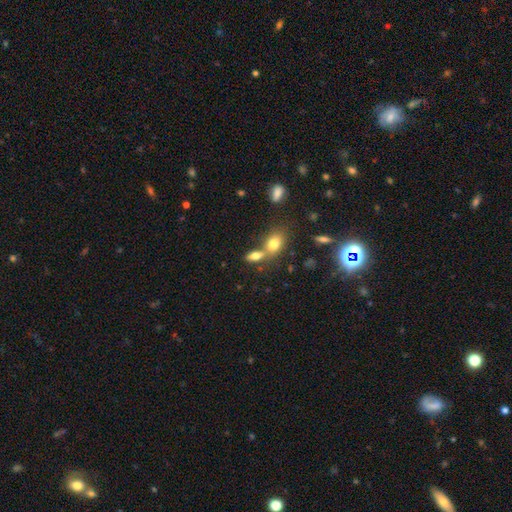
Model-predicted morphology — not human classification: smooth 75%, featured or disk 14%, star or artifact 11%. Down the decision tree: how rounded — in between (78%); merging — merger (44%).